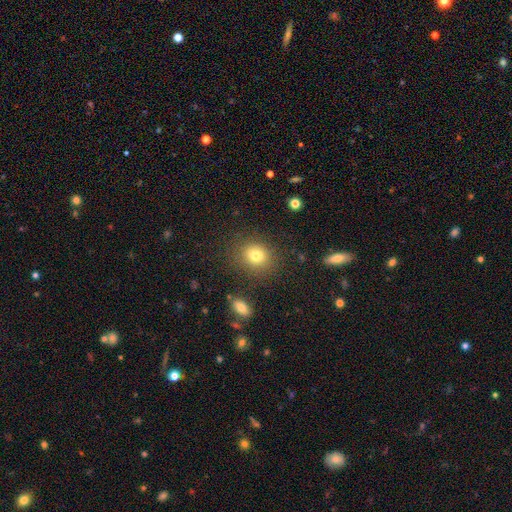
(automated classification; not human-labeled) Smooth or featured? Predicted: smooth (p=0.78). How rounded? Predicted: round (p=0.74). Merging? Predicted: none (p=0.85).